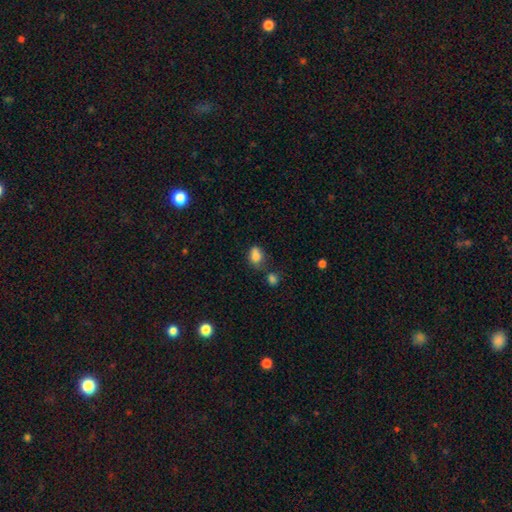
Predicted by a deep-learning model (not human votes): Smooth or featured? Predicted: smooth (p=0.81). How rounded? Predicted: in between (p=0.67). Merging? Predicted: none (p=0.47).